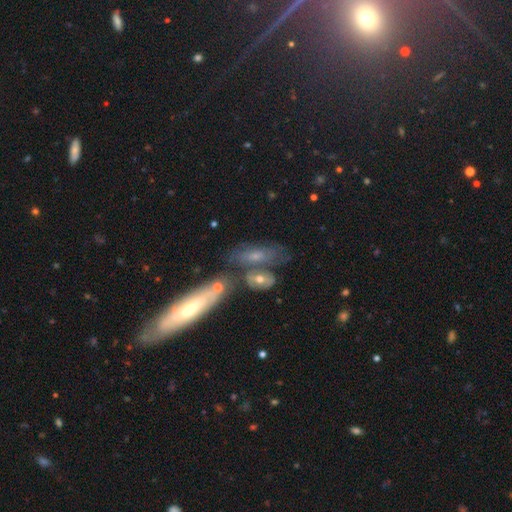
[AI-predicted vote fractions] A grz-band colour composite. It shows a featured or disk galaxy (47%). Merging: none (45%).